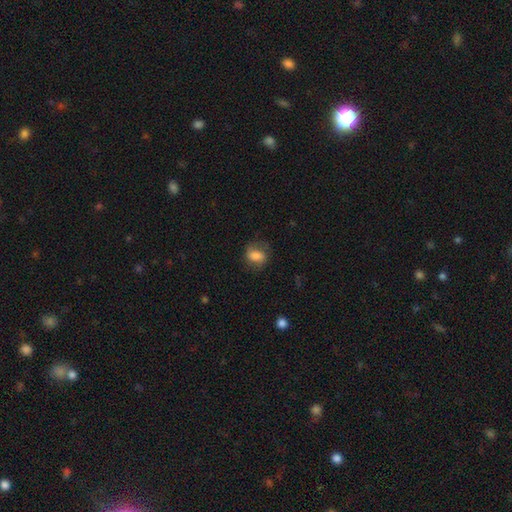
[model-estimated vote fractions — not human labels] Morphology: type=smooth (71%); roundness=in between (66%); merging=none (65%).